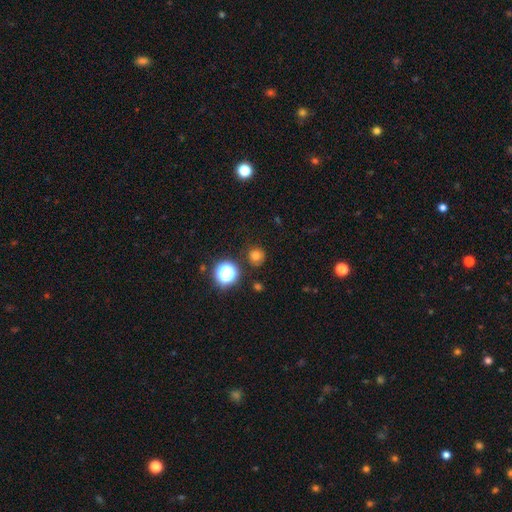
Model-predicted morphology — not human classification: Smooth or featured: smooth — 73% (star or artifact — 20%)
How rounded: round — 92% (in between — 7%)
Merging: none — 85% (minor disturbance — 9%)